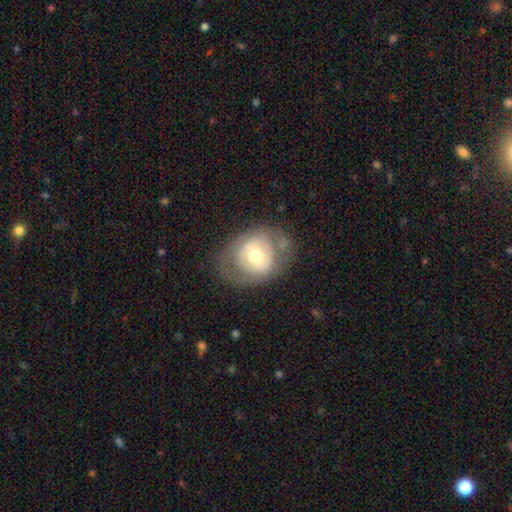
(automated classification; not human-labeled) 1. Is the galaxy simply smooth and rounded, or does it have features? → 49% featured or disk, 44% smooth, 7% star or artifact.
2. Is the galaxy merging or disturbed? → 65% none, 20% minor disturbance, 12% major disturbance, 2% merger.